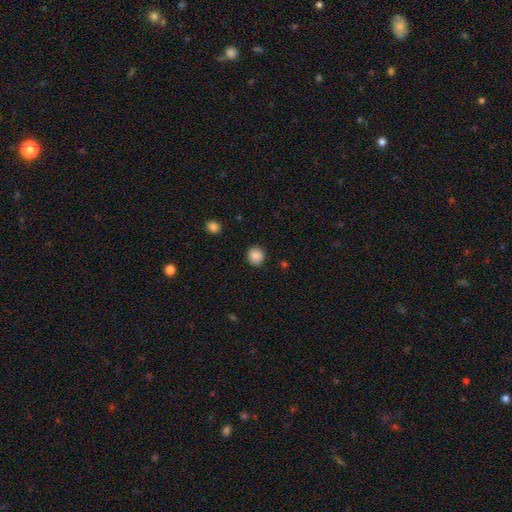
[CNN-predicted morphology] This is clearly a smooth galaxy (88%). How rounded: clearly round (90%). Merging: clearly none (90%).